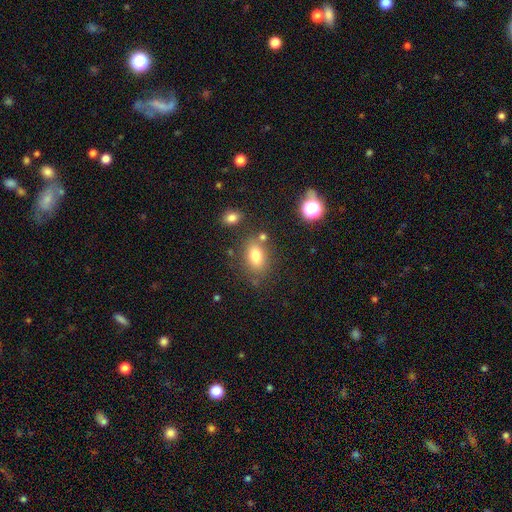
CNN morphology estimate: smooth 80%, star or artifact 10%, featured or disk 10%. Down the decision tree: how rounded — in between (84%); merging — none (72%).